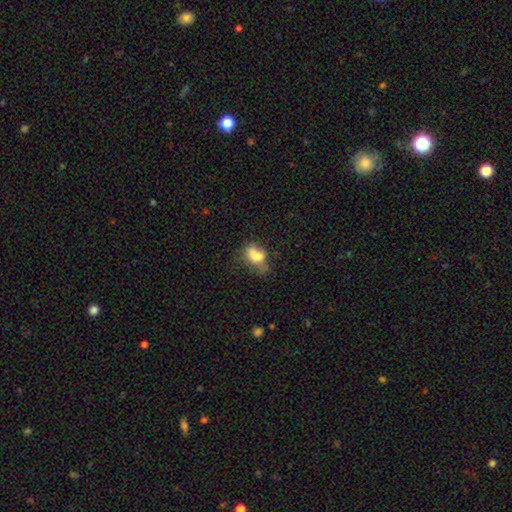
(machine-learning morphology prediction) A smooth galaxy with no disk features (70%) that is in between round and cigar-shaped (82%).

Vote fractions:
- Smooth or featured? smooth: 70% / featured or disk: 18% / star or artifact: 12%
- How rounded? in between: 82% / round: 14% / cigar-shaped: 4%
- Merging? major disturbance: 29% (tied) / none: 29% (tied) / minor disturbance: 28% / merger: 14%